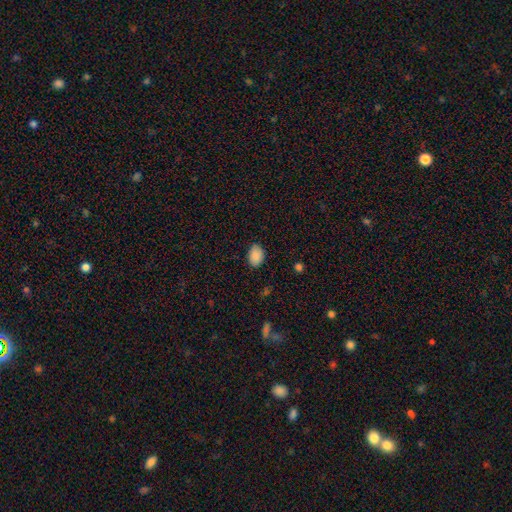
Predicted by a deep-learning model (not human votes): A smooth galaxy with no disk features (88%) that is in between round and cigar-shaped (81%).

Vote fractions:
- Smooth or featured? smooth: 88% / star or artifact: 8% / featured or disk: 4%
- How rounded? in between: 81% / round: 18% / cigar-shaped: 1%
- Merging? none: 84% / minor disturbance: 13% / major disturbance: 2% / merger: 1%